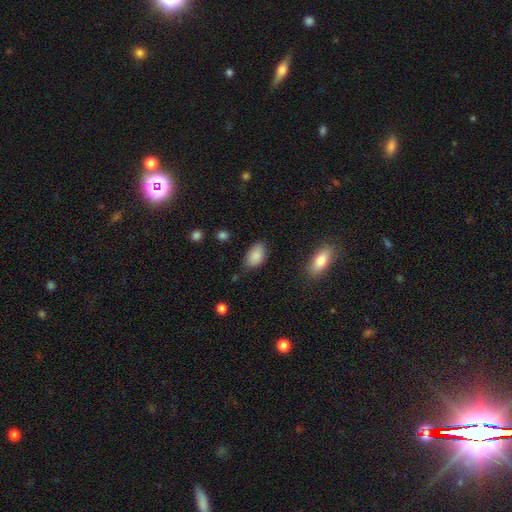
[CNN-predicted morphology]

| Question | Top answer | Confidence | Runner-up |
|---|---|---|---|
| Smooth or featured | smooth | 88% | star or artifact (8%) |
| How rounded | in between | 92% | round (6%) |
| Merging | none | 72% | minor disturbance (22%) |